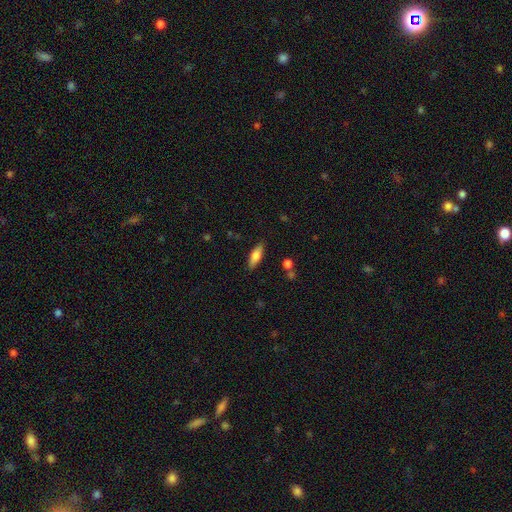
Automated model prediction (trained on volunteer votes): A smooth galaxy with no disk features (71%) that is in between round and cigar-shaped (60%). Merging: none (85%).